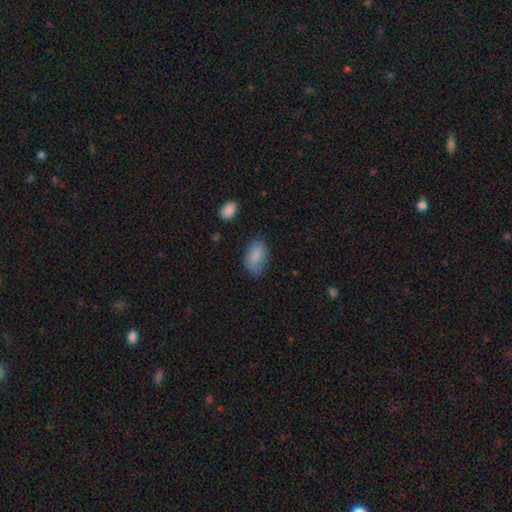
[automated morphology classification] This appears to be a smooth galaxy with no disk features (86%) that is in between round and cigar-shaped (91%). Merging: none (69%).